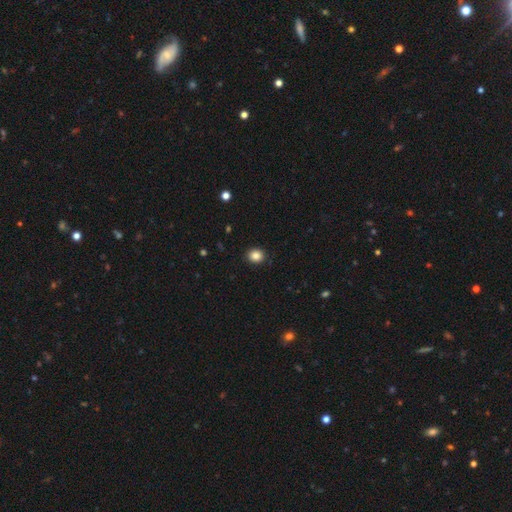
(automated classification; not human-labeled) Smooth or featured: smooth — 86% (star or artifact — 11%)
How rounded: round — 75% (in between — 24%)
Merging: none — 90% (minor disturbance — 7%)